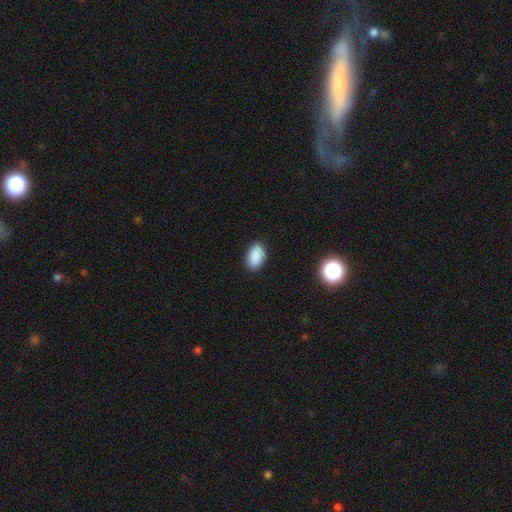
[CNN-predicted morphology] smooth_or_featured: smooth (p=0.89) [alt: star or artifact p=0.07]
how_rounded: in between (p=0.93) [alt: round p=0.06]
merging: none (p=0.87) [alt: minor disturbance p=0.10]